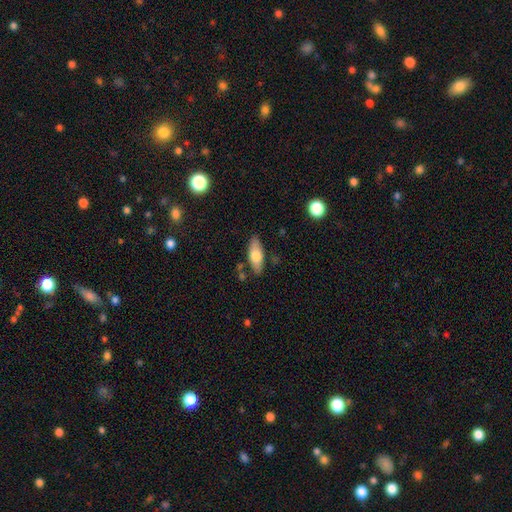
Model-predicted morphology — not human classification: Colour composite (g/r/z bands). It shows a smooth galaxy with no disk features (69%) that is in between round and cigar-shaped (76%). Merging: none (80%).